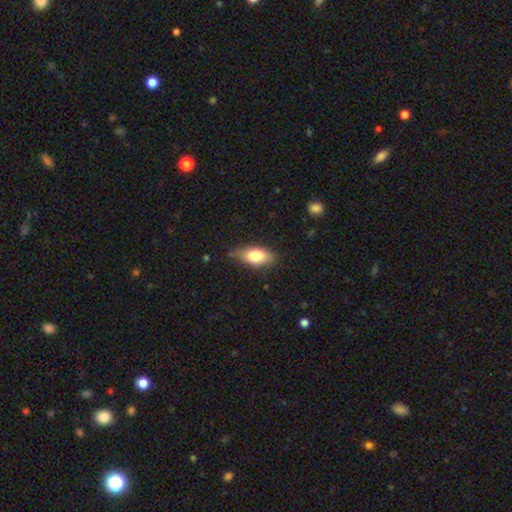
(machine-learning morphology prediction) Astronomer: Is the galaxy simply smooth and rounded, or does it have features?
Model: smooth — 76%.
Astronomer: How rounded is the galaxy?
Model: in between — 84%.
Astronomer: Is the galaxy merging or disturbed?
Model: none — 75%.